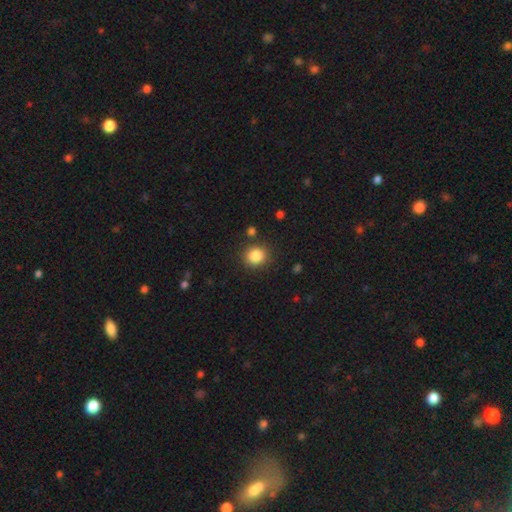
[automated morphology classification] smooth 85%, star or artifact 10%, featured or disk 5%. Down the decision tree: how rounded — round (87%); merging — none (86%).